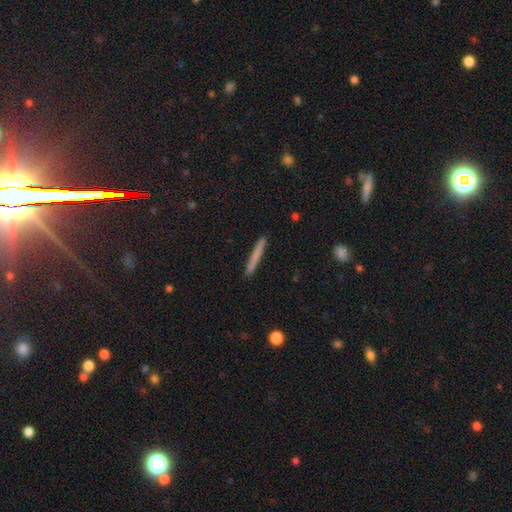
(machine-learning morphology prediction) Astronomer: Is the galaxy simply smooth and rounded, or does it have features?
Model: smooth — 70%.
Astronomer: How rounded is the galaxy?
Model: cigar-shaped — 97%.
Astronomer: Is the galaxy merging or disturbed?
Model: none — 90%.